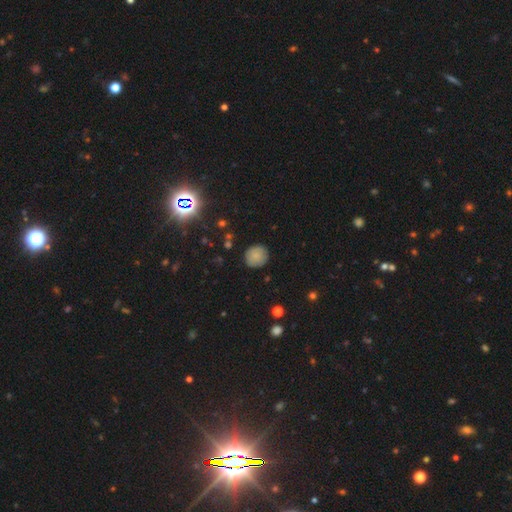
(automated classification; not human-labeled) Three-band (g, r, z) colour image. It shows a smooth galaxy with no disk features (80%) that is round (90%). Merging: none (85%).